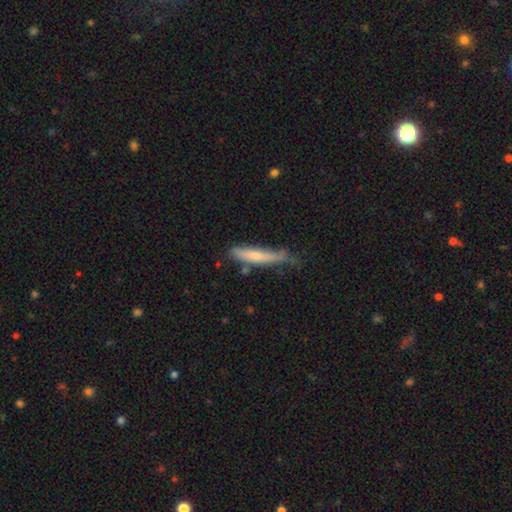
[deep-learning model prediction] Smooth or featured?
  - smooth: 60% *
  - featured or disk: 34%
  - star or artifact: 6%
How rounded?
  - cigar-shaped: 90% *
  - in between: 9%
  - round: 1%
Merging?
  - none: 53% *
  - minor disturbance: 33%
  - major disturbance: 9%
  - merger: 6%